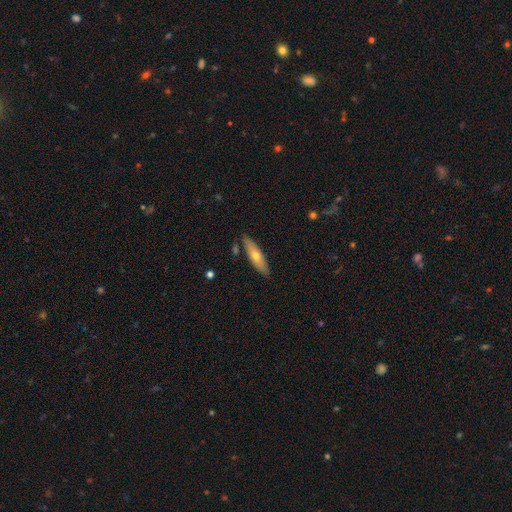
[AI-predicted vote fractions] smooth 54%, featured or disk 40%, star or artifact 6%. Down the decision tree: how rounded — cigar-shaped (62%); merging — none (84%).